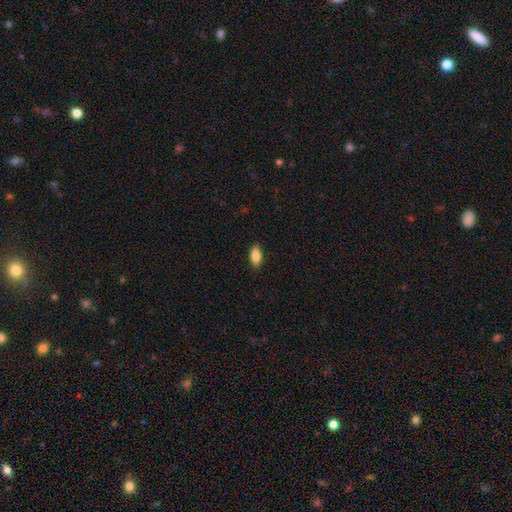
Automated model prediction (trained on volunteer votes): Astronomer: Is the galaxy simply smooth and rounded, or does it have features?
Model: smooth — 88%.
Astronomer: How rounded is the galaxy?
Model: in between — 90%.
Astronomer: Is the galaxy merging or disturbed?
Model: none — 89%.